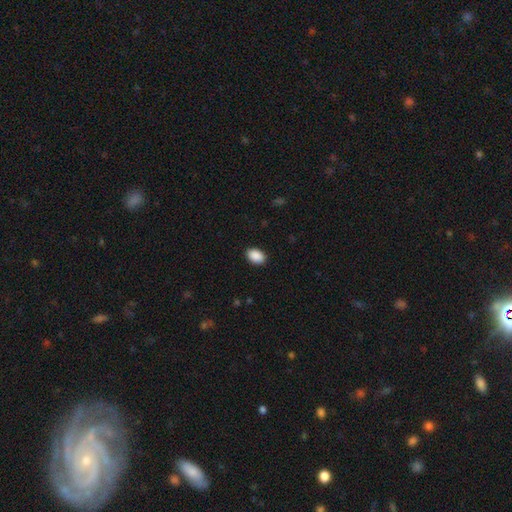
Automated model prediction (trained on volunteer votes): Smooth or featured: smooth — 91% (star or artifact — 7%)
How rounded: in between — 85% (round — 14%)
Merging: none — 89% (minor disturbance — 8%)